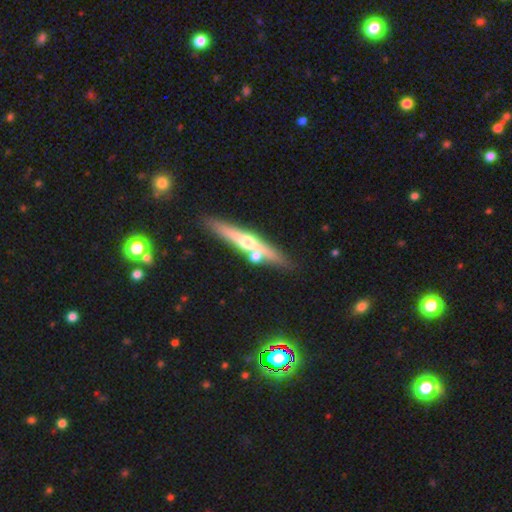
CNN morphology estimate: Smooth or featured? Predicted: featured or disk (p=0.65). Edge-on disk? Predicted: yes (p=0.94). Edge-on bulge? Predicted: rounded (p=0.91). Merging? Predicted: none (p=0.78).